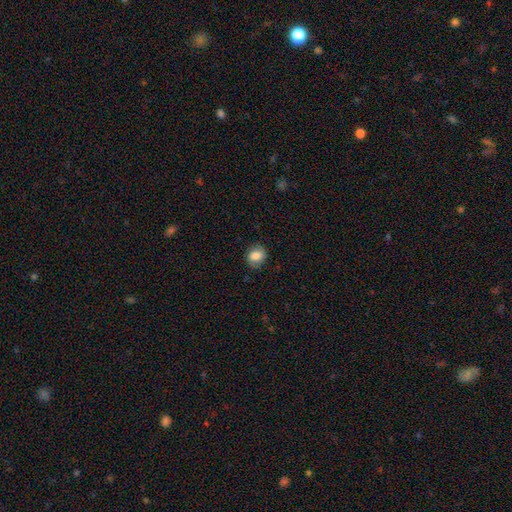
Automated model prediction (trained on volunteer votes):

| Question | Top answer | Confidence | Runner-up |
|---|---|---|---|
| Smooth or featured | smooth | 80% | featured or disk (11%) |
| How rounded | round | 66% | in between (33%) |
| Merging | none | 82% | minor disturbance (14%) |